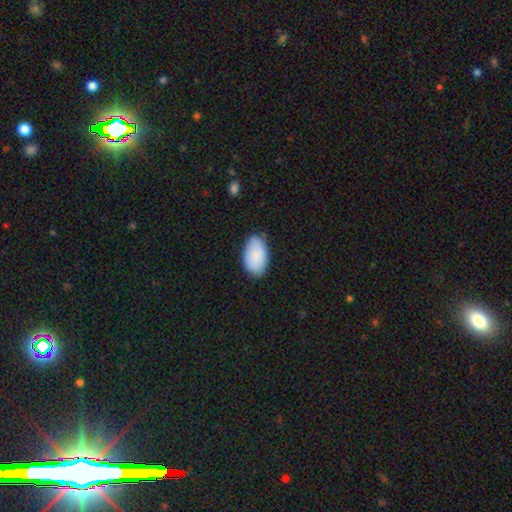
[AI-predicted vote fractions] Smooth or featured: smooth — 87% (featured or disk — 7%)
How rounded: in between — 94% (round — 4%)
Merging: none — 78% (minor disturbance — 17%)